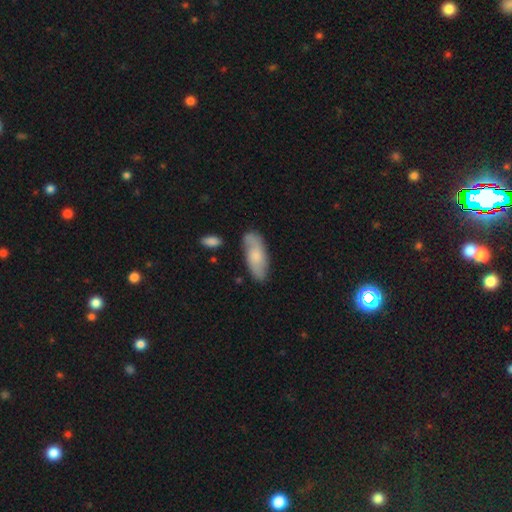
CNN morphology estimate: Smooth or featured: smooth — 60% (featured or disk — 34%)
How rounded: in between — 78% (cigar-shaped — 20%)
Merging: none — 71% (minor disturbance — 19%)